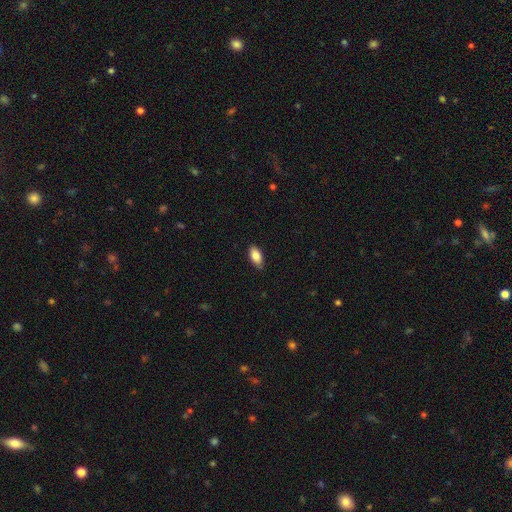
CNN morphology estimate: The model was most divided on "merging": none: 84%, minor disturbance: 13%, major disturbance: 2%, merger: 1%. More confident: how rounded — in between (91%); smooth or featured — smooth (84%).